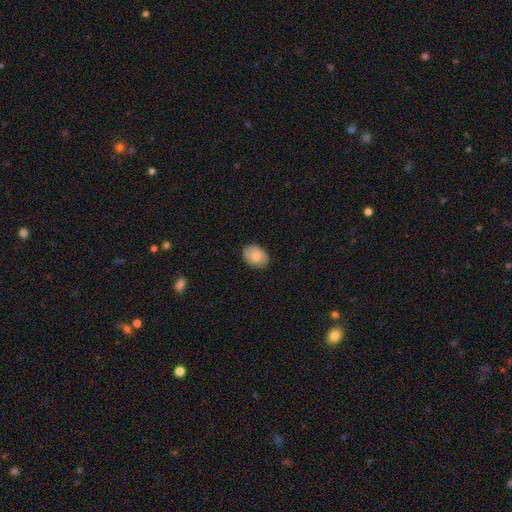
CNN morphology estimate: This appears to be a smooth galaxy with no disk features (77%) that is in between round and cigar-shaped (65%). Merging: none (82%).